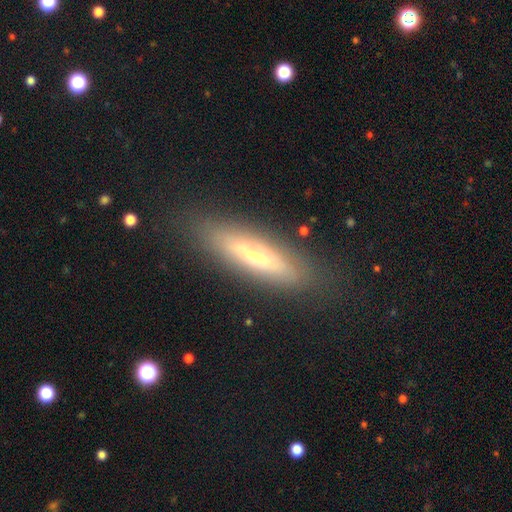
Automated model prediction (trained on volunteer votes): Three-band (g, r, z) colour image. It shows a featured or disk galaxy (47%). Merging: none (85%).